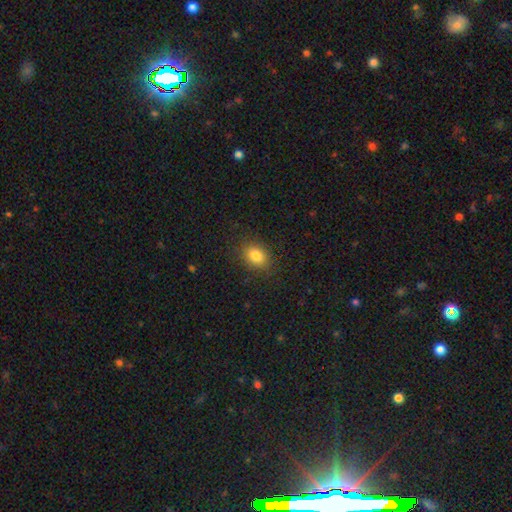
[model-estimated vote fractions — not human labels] Morphology: type=smooth (84%); roundness=in between (64%); merging=none (86%).